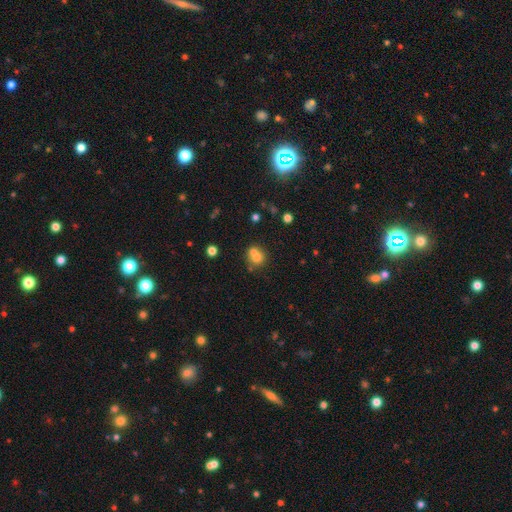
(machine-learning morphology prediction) Smooth or featured? Predicted: smooth (p=0.70). How rounded? Predicted: round (p=0.69). Merging? Predicted: merger (p=0.55).